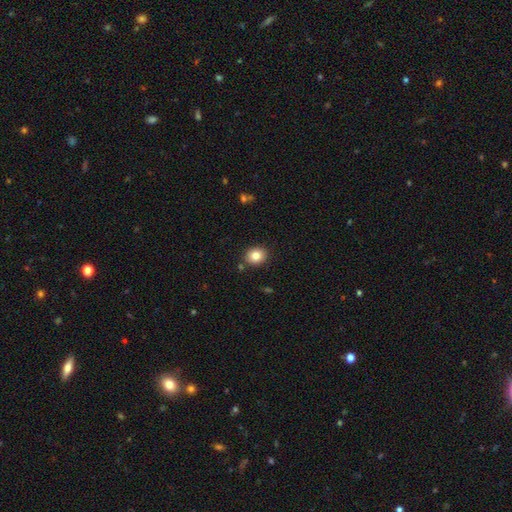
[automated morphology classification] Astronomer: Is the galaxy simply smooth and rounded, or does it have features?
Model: smooth — 83%.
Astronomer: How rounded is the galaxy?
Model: round — 61% (runner-up: in between, 38%).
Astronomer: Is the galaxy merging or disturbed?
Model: none — 87%.